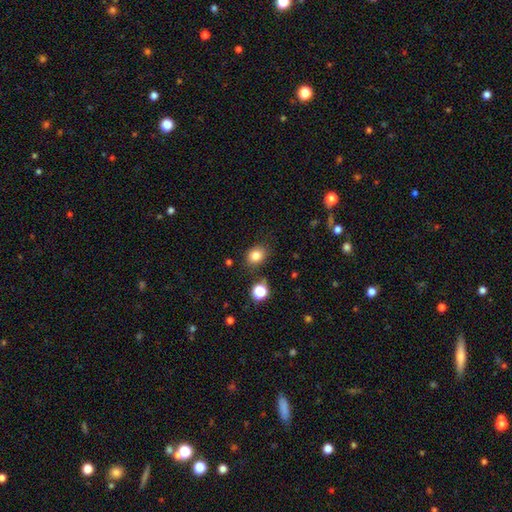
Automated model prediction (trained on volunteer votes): smooth-or-featured: smooth: 82% | star or artifact: 12% | featured or disk: 6%
  how-rounded: round: 53% | in between: 46% | cigar-shaped: 1%
  merging: none: 81% | minor disturbance: 12% | merger: 4% | major disturbance: 3%